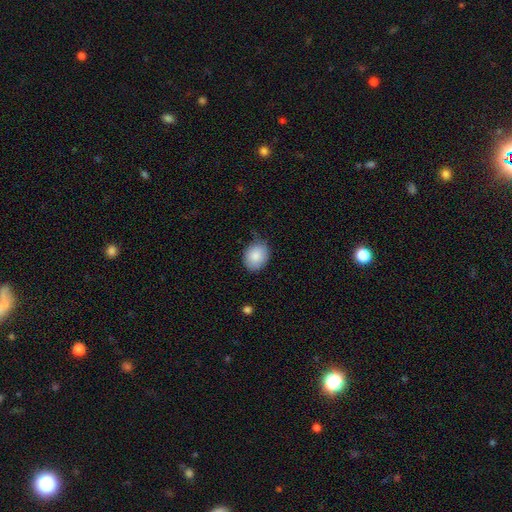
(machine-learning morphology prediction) type=smooth (87%); roundness=round (53%); merging=none (66%).